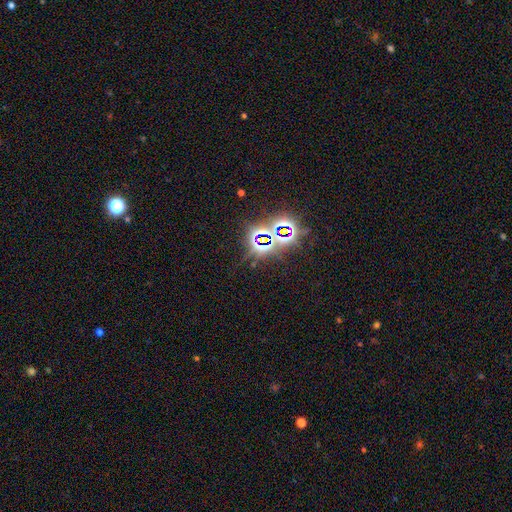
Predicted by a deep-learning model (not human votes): Smooth or featured: star or artifact — 81% (smooth — 10%)